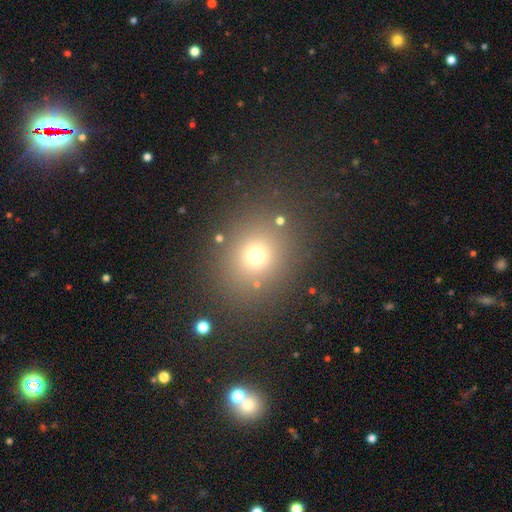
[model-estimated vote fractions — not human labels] Smooth or featured? Predicted: smooth (p=0.69). How rounded? Predicted: round (p=0.75). Merging? Predicted: none (p=0.82).